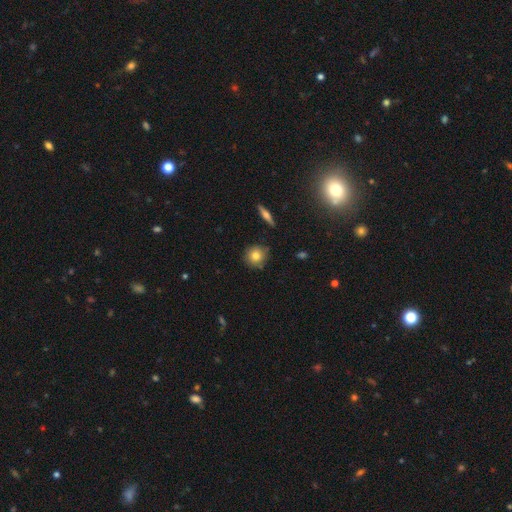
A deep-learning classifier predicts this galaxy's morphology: Smooth or featured?
  - smooth: 77% *
  - featured or disk: 13%
  - star or artifact: 10%
How rounded?
  - round: 90% *
  - in between: 9%
  - cigar-shaped: 1%
Merging?
  - none: 83% *
  - minor disturbance: 13%
  - merger: 2%
  - major disturbance: 2%